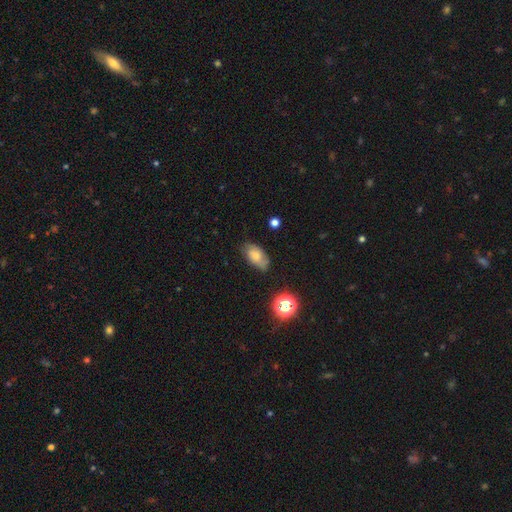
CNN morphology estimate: smooth-or-featured: smooth: 68% | featured or disk: 22% | star or artifact: 11%
  how-rounded: in between: 91% | round: 6% | cigar-shaped: 3%
  merging: none: 66% | minor disturbance: 26% | major disturbance: 6% | merger: 2%